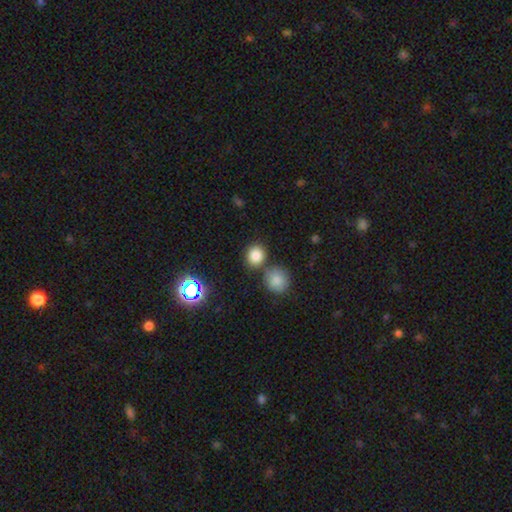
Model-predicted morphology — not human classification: Smooth or featured? smooth (81%)
How rounded? round (75%)
Merging? none (68%)